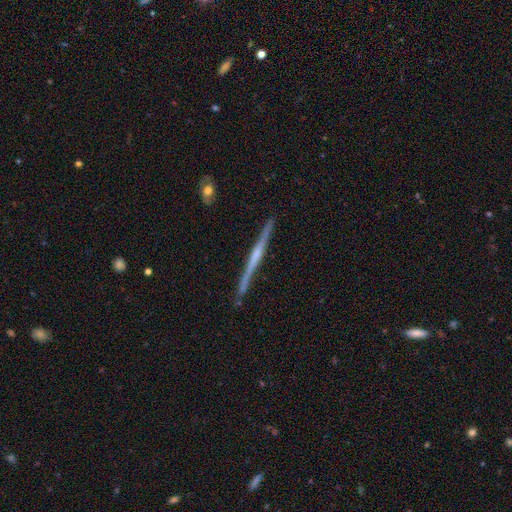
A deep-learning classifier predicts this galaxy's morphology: Smooth or featured? featured or disk (79%)
Edge-on disk? yes (98%)
Edge-on bulge? rounded (52%)
Merging? none (90%)